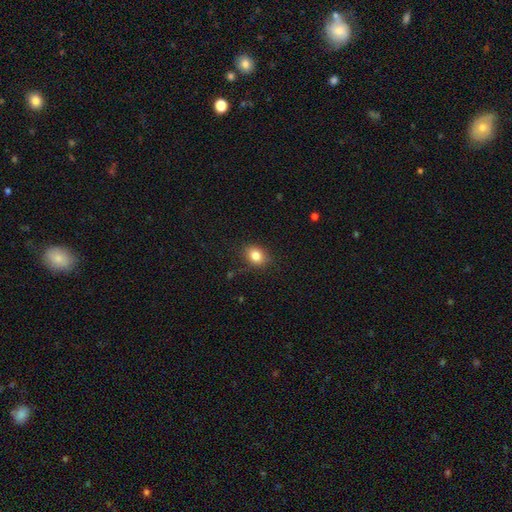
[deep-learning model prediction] The model was most divided on "how rounded": in between: 54%, round: 45%, cigar-shaped: 1%. More confident: merging — none (83%); smooth or featured — smooth (83%).